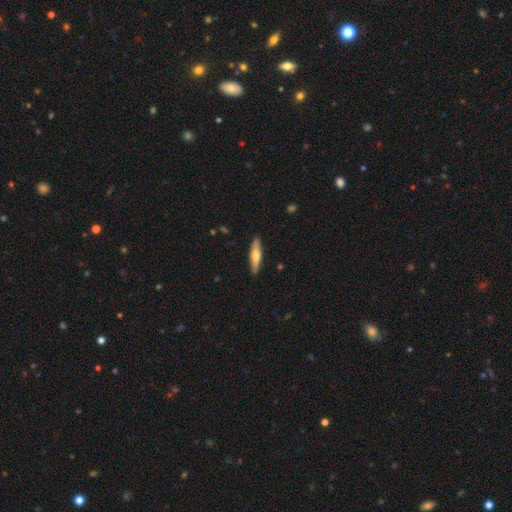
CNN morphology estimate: A smooth galaxy with no disk features (61%) that is cigar-shaped (77%).

Vote fractions:
- Smooth or featured? smooth: 61% / featured or disk: 34% / star or artifact: 5%
- How rounded? cigar-shaped: 77% / in between: 22% / round: 2%
- Merging? none: 89% / minor disturbance: 8% / major disturbance: 2% / merger: 1%